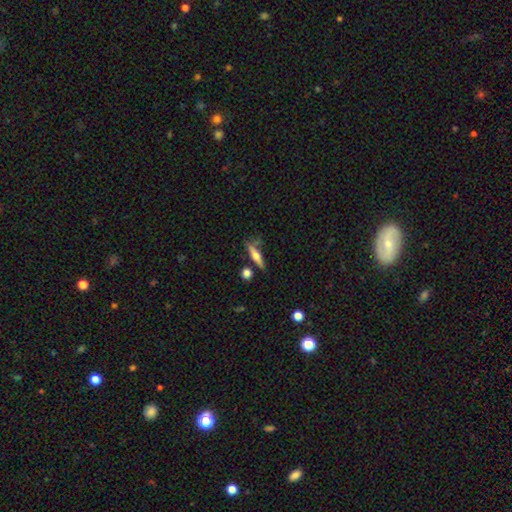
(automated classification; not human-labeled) Q: Smooth or featured?
A: featured or disk (47%); runner-up: smooth (46%)
Q: Merging?
A: none (67%); runner-up: minor disturbance (17%)